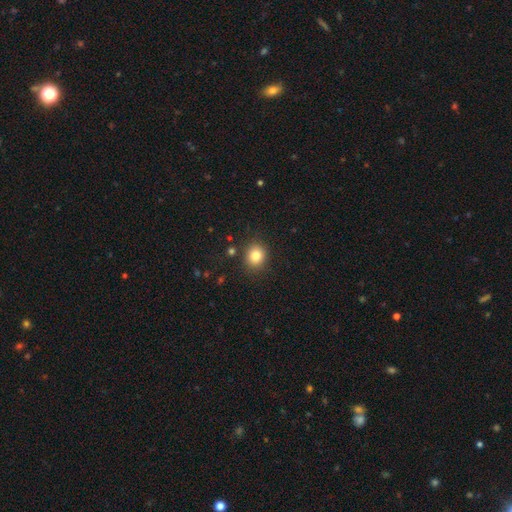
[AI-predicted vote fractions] Q: Smooth or featured?
A: smooth (83%); runner-up: star or artifact (11%)
Q: How rounded?
A: round (81%); runner-up: in between (19%)
Q: Merging?
A: none (87%); runner-up: minor disturbance (8%)